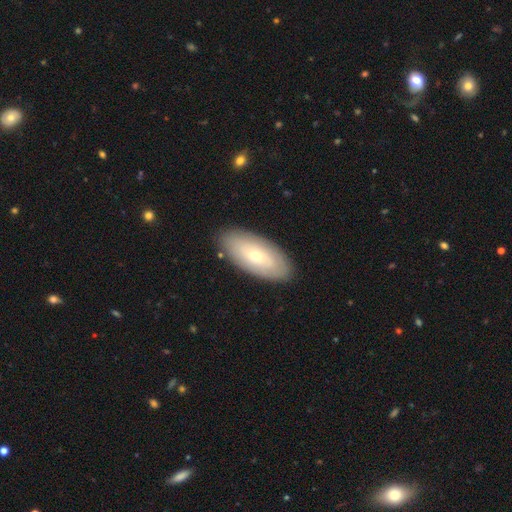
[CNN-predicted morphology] Smooth or featured? Predicted: smooth (p=0.55). How rounded? Predicted: in between (p=0.90). Merging? Predicted: none (p=0.87).